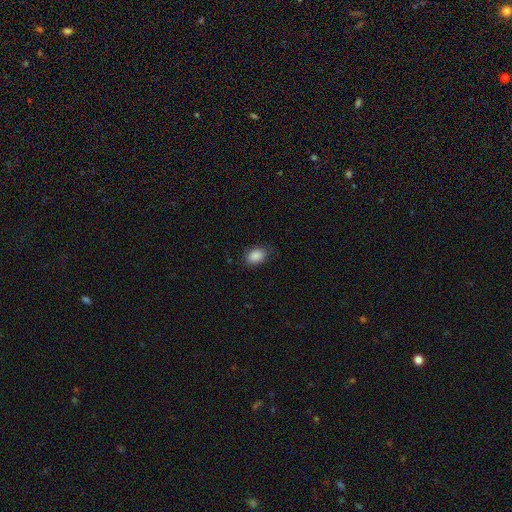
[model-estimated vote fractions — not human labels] smooth-or-featured: smooth: 88% | star or artifact: 8% | featured or disk: 4%
  how-rounded: in between: 80% | round: 19% | cigar-shaped: 1%
  merging: none: 81% | minor disturbance: 15% | major disturbance: 3% | merger: 1%